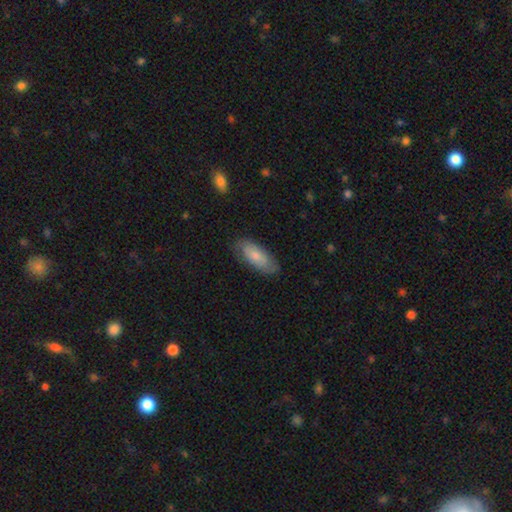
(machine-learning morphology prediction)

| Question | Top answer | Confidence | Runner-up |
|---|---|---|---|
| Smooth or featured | smooth | 70% | featured or disk (24%) |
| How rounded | in between | 81% | cigar-shaped (17%) |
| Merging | none | 75% | minor disturbance (19%) |